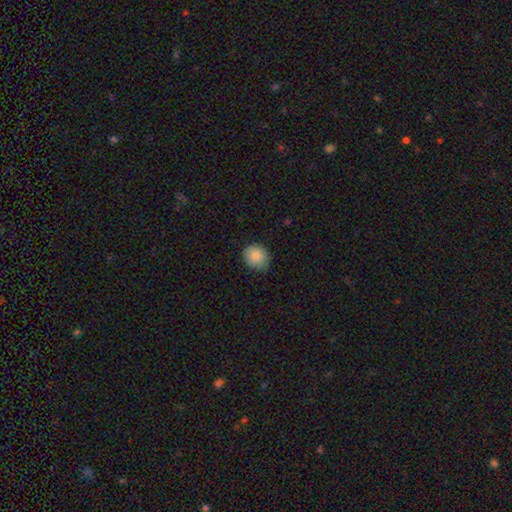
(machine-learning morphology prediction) Smooth or featured: smooth — 86% (star or artifact — 9%)
How rounded: round — 69% (in between — 30%)
Merging: none — 75% (minor disturbance — 21%)